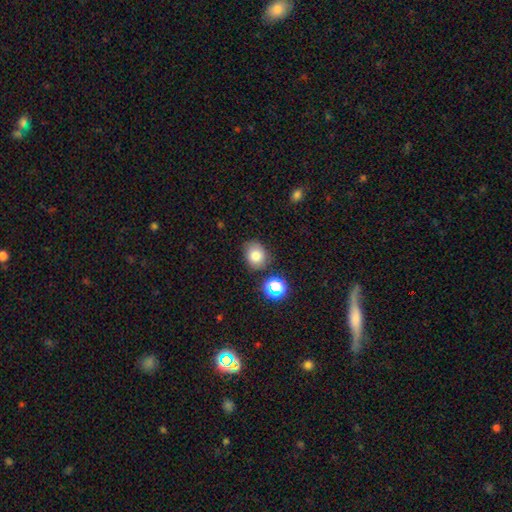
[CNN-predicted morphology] smooth_or_featured: smooth (p=0.77) [alt: star or artifact p=0.14]
how_rounded: round (p=0.58) [alt: in between p=0.41]
merging: none (p=0.77) [alt: minor disturbance p=0.14]